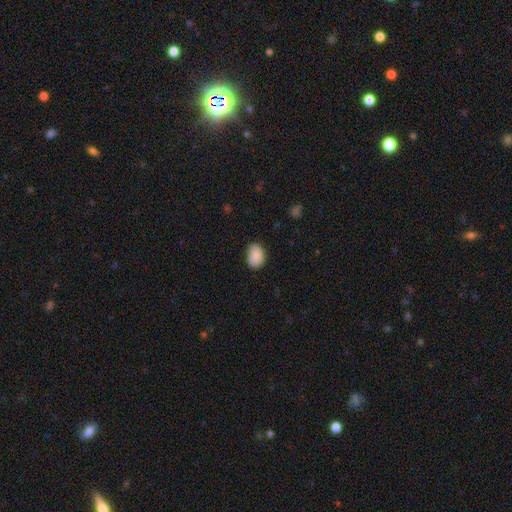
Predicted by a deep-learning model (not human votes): A smooth galaxy with no disk features (88%) that is in between round and cigar-shaped (74%).

Vote fractions:
- Smooth or featured? smooth: 88% / star or artifact: 7% / featured or disk: 5%
- How rounded? in between: 74% / round: 25% / cigar-shaped: 1%
- Merging? none: 74% / minor disturbance: 21% / major disturbance: 3% / merger: 1%